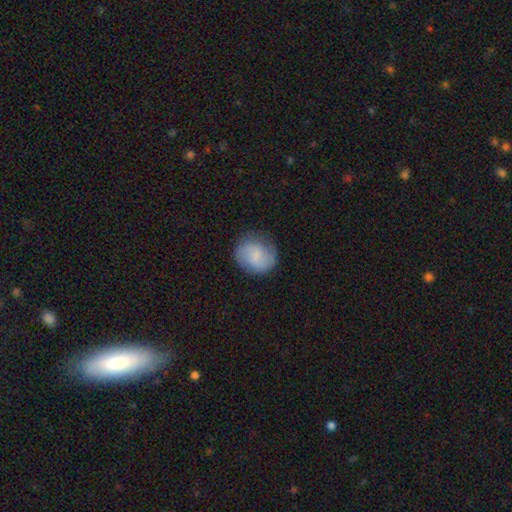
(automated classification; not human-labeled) Smooth or featured?
  - smooth: 67% *
  - featured or disk: 25%
  - star or artifact: 8%
How rounded?
  - round: 78% *
  - in between: 21%
  - cigar-shaped: 1%
Merging?
  - none: 76% *
  - minor disturbance: 17%
  - major disturbance: 6%
  - merger: 1%